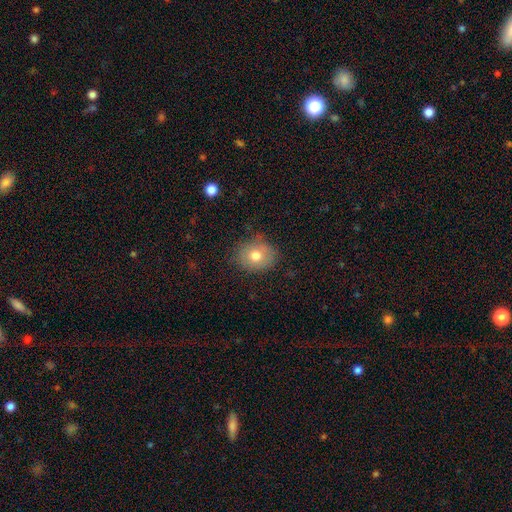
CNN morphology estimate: smooth_or_featured: smooth (p=0.74) [alt: featured or disk p=0.16]
how_rounded: round (p=0.63) [alt: in between p=0.36]
merging: none (p=0.75) [alt: minor disturbance p=0.19]